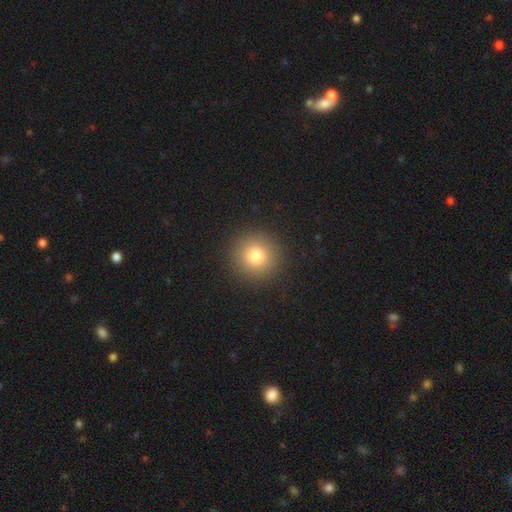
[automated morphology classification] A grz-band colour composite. It shows a smooth galaxy with no disk features (80%) that is round (95%). Merging: none (93%).